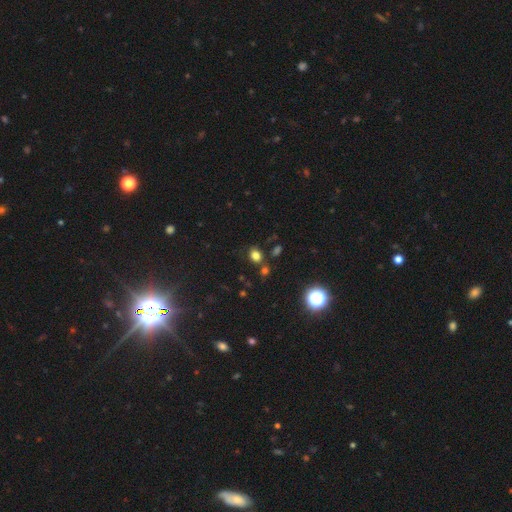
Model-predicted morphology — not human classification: Overall: smooth (76%). How rounded: round (53%; in between 45%). Merging: none (74%).